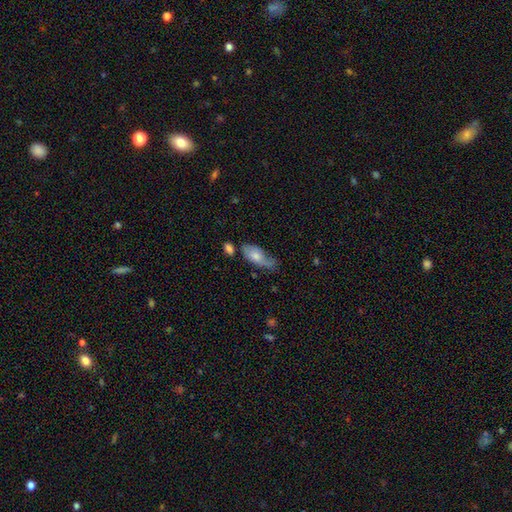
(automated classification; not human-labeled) This appears to be a smooth galaxy with no disk features (66%) that is in between round and cigar-shaped (85%). Merging: none (37%).